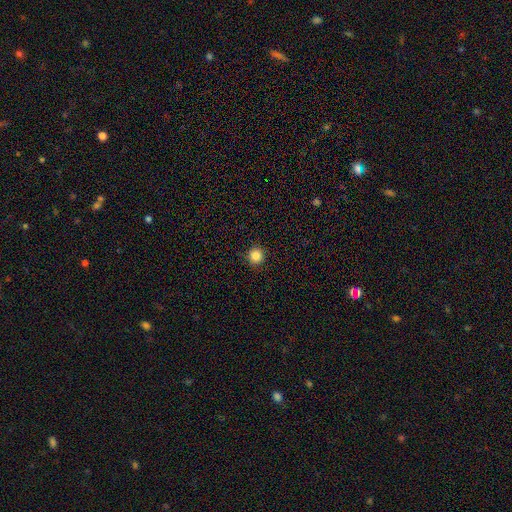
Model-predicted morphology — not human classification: Overall: smooth (84%). How rounded: round (94%). Merging: none (92%).